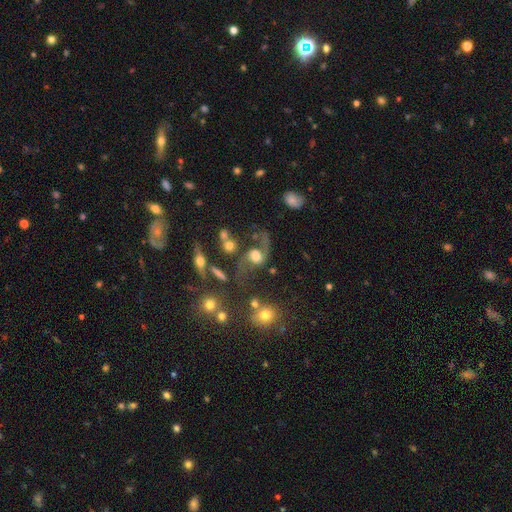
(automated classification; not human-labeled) Smooth or featured: featured or disk — 75% (smooth — 15%)
Edge-on disk: no — 95% (yes — 5%)
Bar: no — 61% (weak — 31%)
Spiral arms: yes — 92% (no — 8%)
Spiral winding: loose — 85% (medium — 13%)
Spiral arm count: 2 — 91% (1 — 5%)
Bulge size: large — 43% (moderate — 34%)
Merging: none — 54% (major disturbance — 19%)